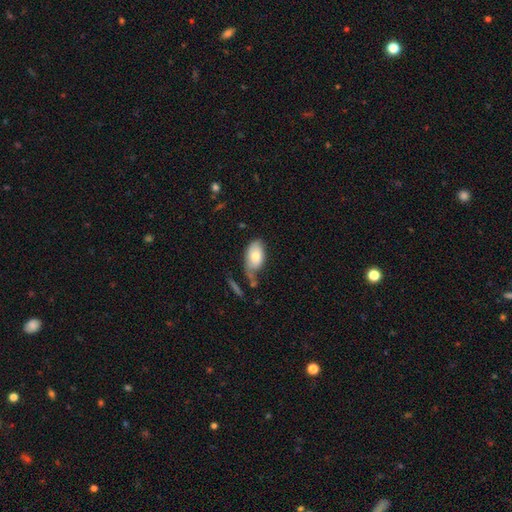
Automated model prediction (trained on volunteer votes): This is likely a smooth galaxy (74%). How rounded: clearly in between (93%). Merging: possibly none (49%).